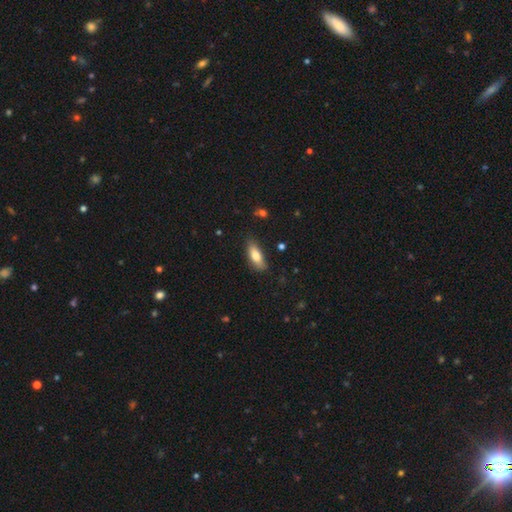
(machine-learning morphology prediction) This is likely a smooth galaxy (77%). How rounded: likely in between (68%). Merging: likely none (78%).